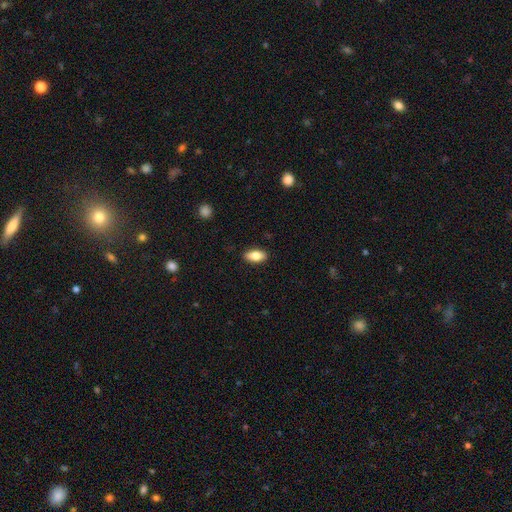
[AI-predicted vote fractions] smooth_or_featured: smooth (p=0.81) [alt: featured or disk p=0.12]
how_rounded: in between (p=0.89) [alt: cigar-shaped p=0.07]
merging: none (p=0.89) [alt: minor disturbance p=0.09]